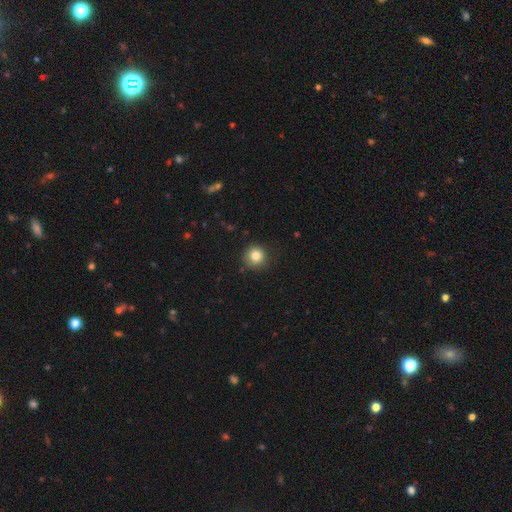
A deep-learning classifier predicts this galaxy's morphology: Smooth or featured?
  - smooth: 82% *
  - star or artifact: 11%
  - featured or disk: 7%
How rounded?
  - round: 94% *
  - in between: 5%
  - cigar-shaped: 1%
Merging?
  - none: 87% *
  - minor disturbance: 9%
  - major disturbance: 2%
  - merger: 1%